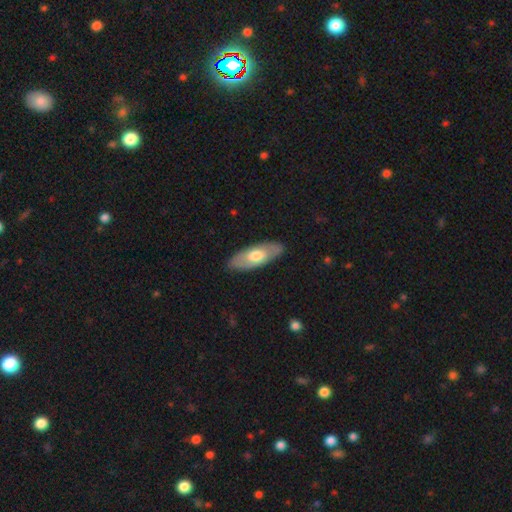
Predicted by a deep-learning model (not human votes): Smooth or featured? Predicted: smooth (p=0.55). How rounded? Predicted: in between (p=0.79). Merging? Predicted: none (p=0.85).